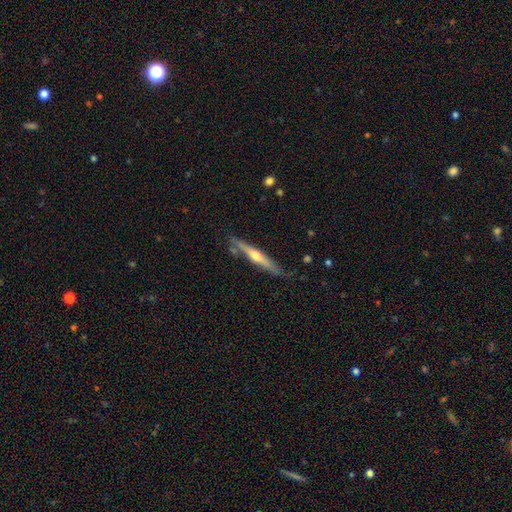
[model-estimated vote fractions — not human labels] This appears to be a featured or disk galaxy (67%) viewed edge-on (96%) with a rounded central bulge (86%). Merging: none (77%).